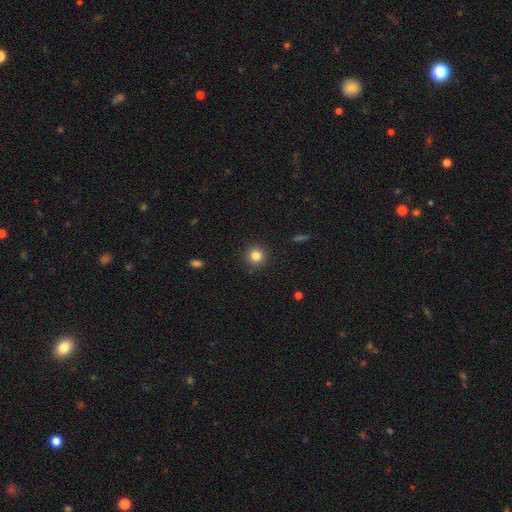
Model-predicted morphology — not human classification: A smooth galaxy with no disk features (83%) that is round (94%).

Vote fractions:
- Smooth or featured? smooth: 83% / star or artifact: 11% / featured or disk: 6%
- How rounded? round: 94% / in between: 5% / cigar-shaped: 1%
- Merging? none: 91% / minor disturbance: 6% / major disturbance: 2% / merger: 1%